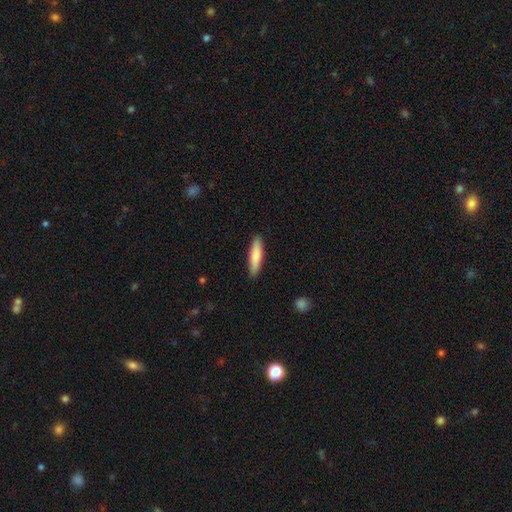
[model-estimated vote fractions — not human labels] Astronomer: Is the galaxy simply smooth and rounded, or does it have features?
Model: smooth — 83%.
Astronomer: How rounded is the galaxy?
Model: cigar-shaped — 76%.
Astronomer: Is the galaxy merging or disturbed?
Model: none — 89%.